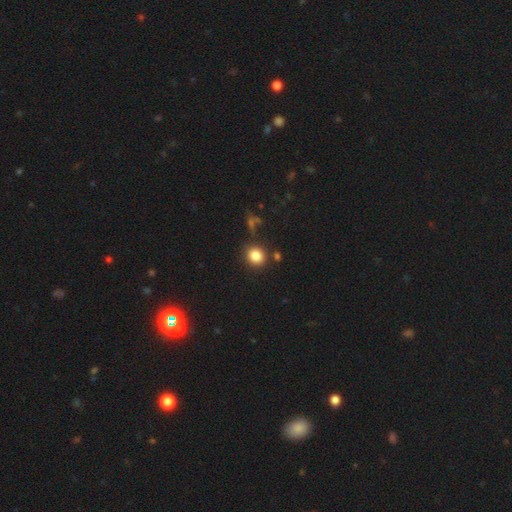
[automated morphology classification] This appears to be a smooth galaxy with no disk features (85%) that is round (76%). Merging: none (82%).